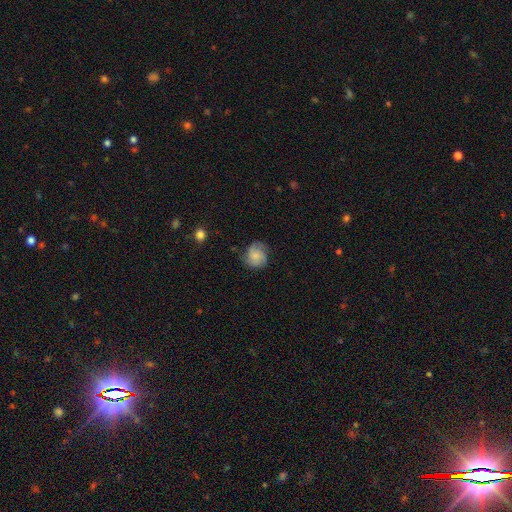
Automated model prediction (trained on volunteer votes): Morphology: type=smooth (54%); roundness=round (77%); merging=none (67%).